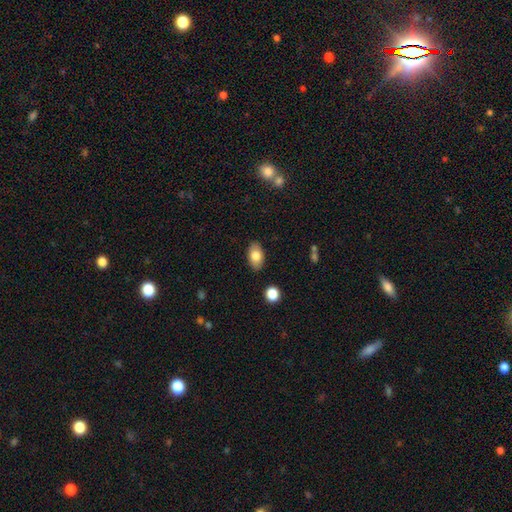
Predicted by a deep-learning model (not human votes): smooth_or_featured: smooth (p=0.81) [alt: featured or disk p=0.12]
how_rounded: in between (p=0.92) [alt: round p=0.06]
merging: none (p=0.86) [alt: minor disturbance p=0.10]